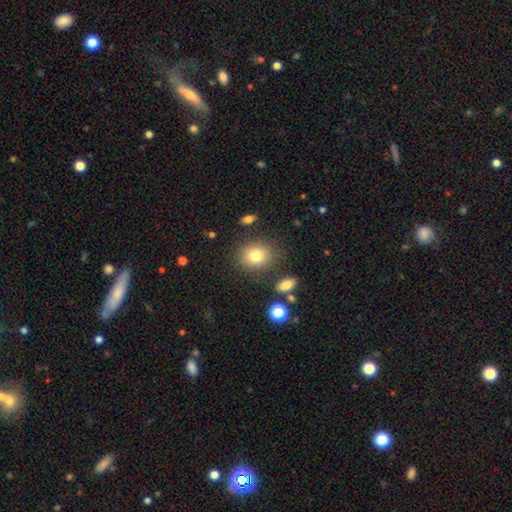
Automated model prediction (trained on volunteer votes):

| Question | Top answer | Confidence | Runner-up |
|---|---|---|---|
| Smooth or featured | smooth | 80% | star or artifact (11%) |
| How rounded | round | 67% | in between (32%) |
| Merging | none | 81% | minor disturbance (11%) |